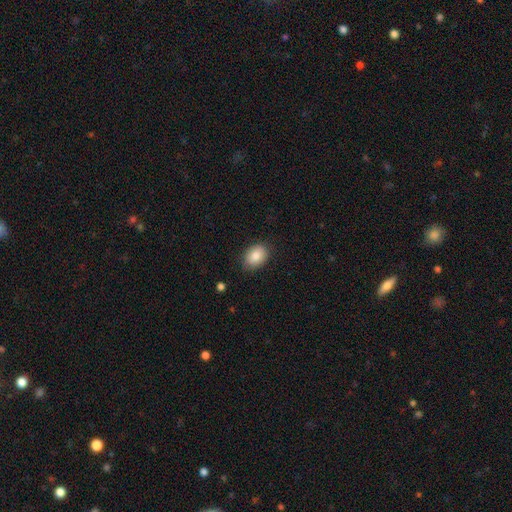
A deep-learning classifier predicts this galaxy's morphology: This is clearly a smooth galaxy (85%). How rounded: likely in between (77%). Merging: clearly none (83%).